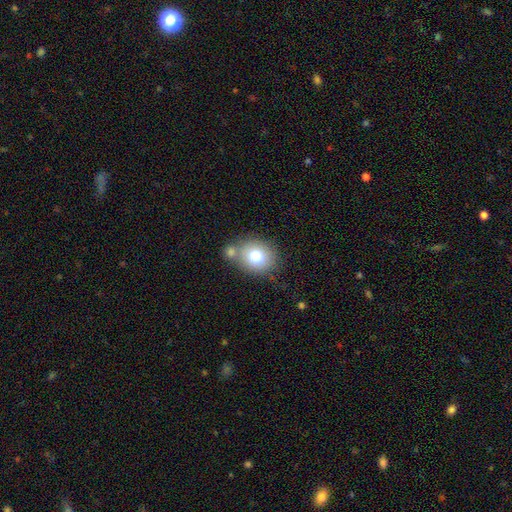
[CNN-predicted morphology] Smooth or featured? Predicted: smooth (p=0.75). How rounded? Predicted: round (p=0.65). Merging? Predicted: none (p=0.56).